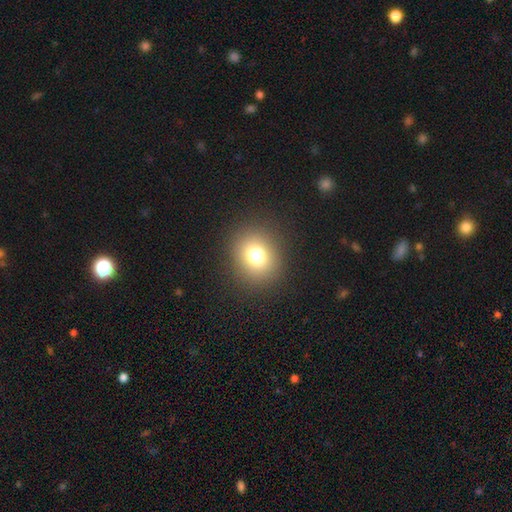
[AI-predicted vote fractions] Smooth or featured? Predicted: smooth (p=0.75). How rounded? Predicted: round (p=0.68). Merging? Predicted: none (p=0.88).